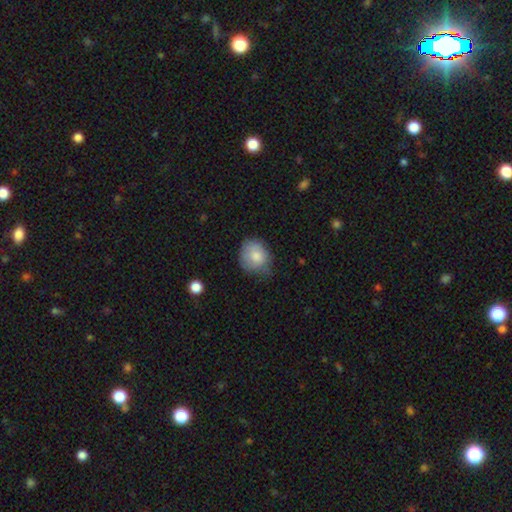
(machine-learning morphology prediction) This is clearly a smooth galaxy (81%). How rounded: likely round (64%). Merging: possibly none (56%).